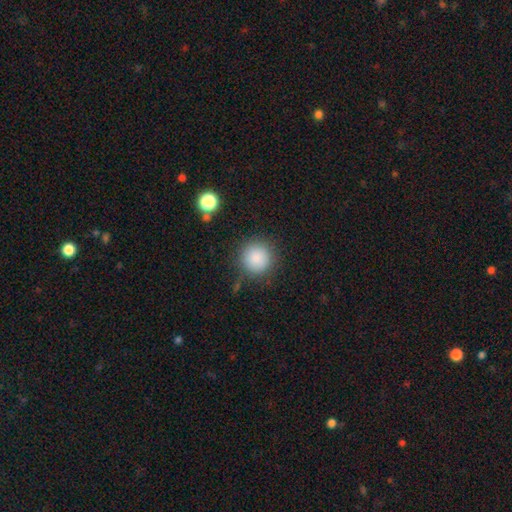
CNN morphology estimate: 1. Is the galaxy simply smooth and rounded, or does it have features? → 87% smooth, 9% star or artifact, 4% featured or disk.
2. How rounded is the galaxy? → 95% round, 4% in between, 1% cigar-shaped.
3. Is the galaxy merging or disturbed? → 86% none, 9% minor disturbance, 3% major disturbance, 2% merger.